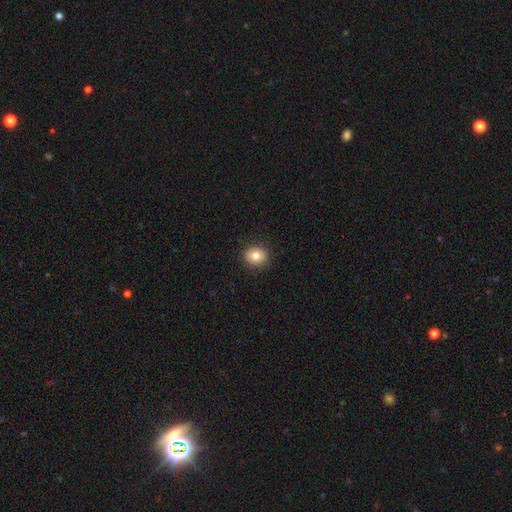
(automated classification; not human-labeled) A smooth galaxy with no disk features (81%) that is round (78%).

Vote fractions:
- Smooth or featured? smooth: 81% / star or artifact: 10% / featured or disk: 9%
- How rounded? round: 78% / in between: 21% / cigar-shaped: 1%
- Merging? none: 90% / minor disturbance: 7% / major disturbance: 2% / merger: 1%